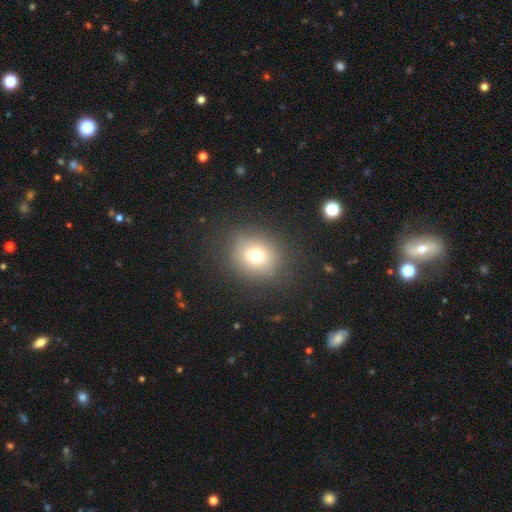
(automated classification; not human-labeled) The model was most divided on "smooth or featured": smooth: 71%, star or artifact: 16%, featured or disk: 13%. More confident: merging — none (85%); how rounded — round (80%).